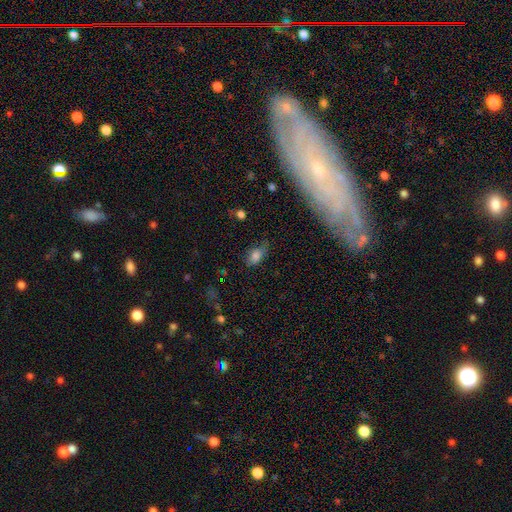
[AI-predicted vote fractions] This is clearly a smooth galaxy (81%). How rounded: clearly in between (86%). Merging: possibly none (53%).